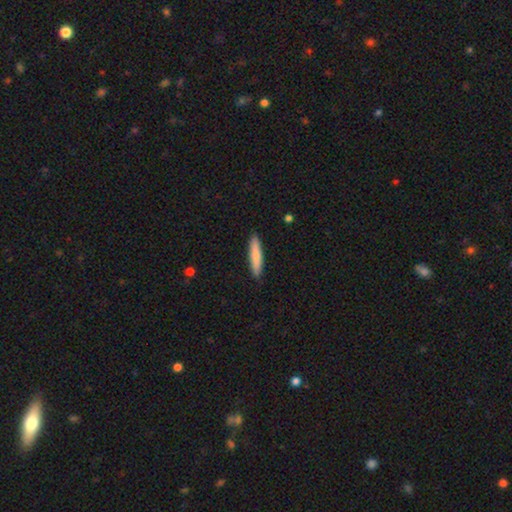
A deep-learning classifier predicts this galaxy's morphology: type=smooth (80%); roundness=cigar-shaped (88%); merging=none (90%).